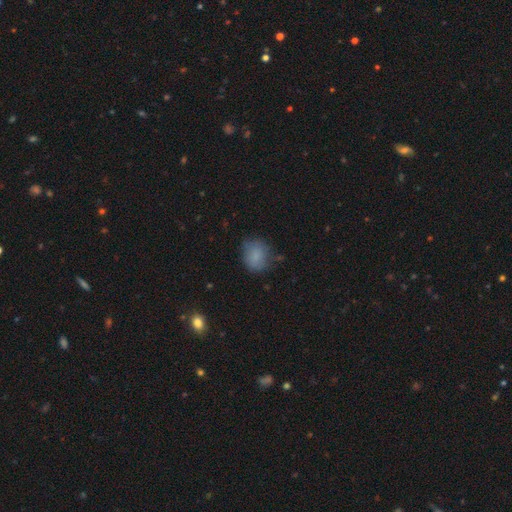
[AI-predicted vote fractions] Smooth or featured?
  - smooth: 83% *
  - star or artifact: 9%
  - featured or disk: 8%
How rounded?
  - round: 63% *
  - in between: 36%
  - cigar-shaped: 1%
Merging?
  - none: 69% *
  - minor disturbance: 23%
  - major disturbance: 6%
  - merger: 2%